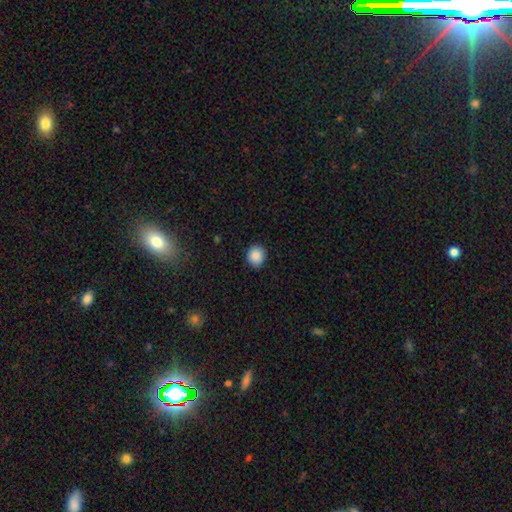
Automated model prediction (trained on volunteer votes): Smooth or featured? Predicted: smooth (p=0.88). How rounded? Predicted: round (p=0.81). Merging? Predicted: none (p=0.90).